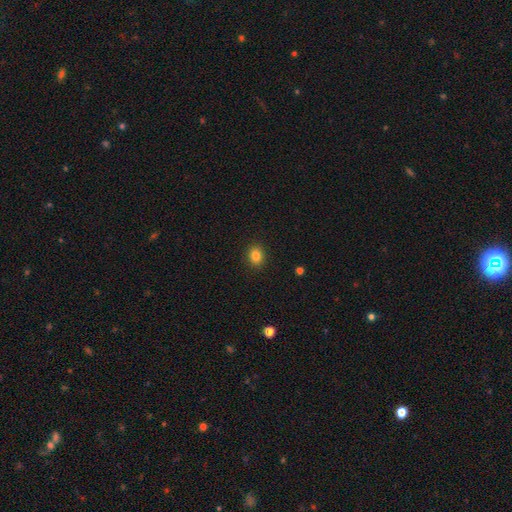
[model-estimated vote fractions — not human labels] Morphology: type=smooth (84%); roundness=round (55%); merging=none (90%).